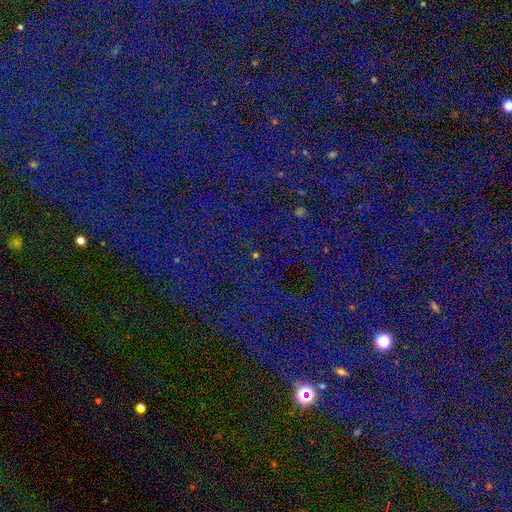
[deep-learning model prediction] Morphology: type=star or artifact (79%).